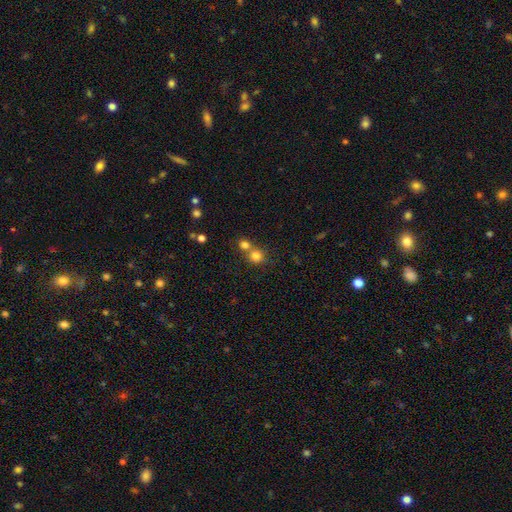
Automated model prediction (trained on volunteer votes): This appears to be a smooth galaxy with no disk features (79%) that is round (88%). Merging: none (48%).